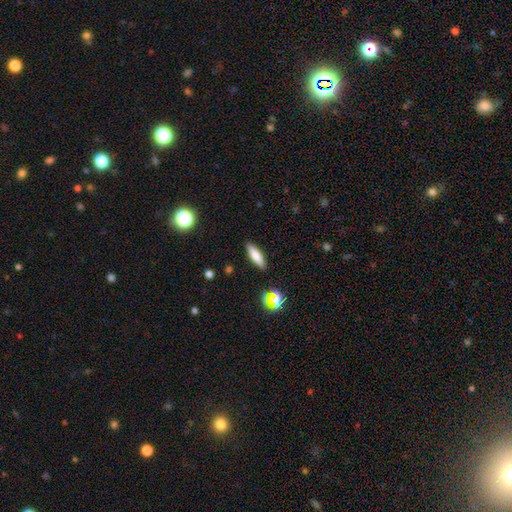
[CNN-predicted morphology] Q: Smooth or featured?
A: smooth (72%); runner-up: featured or disk (18%)
Q: How rounded?
A: cigar-shaped (61%); runner-up: in between (36%)
Q: Merging?
A: none (88%); runner-up: minor disturbance (8%)